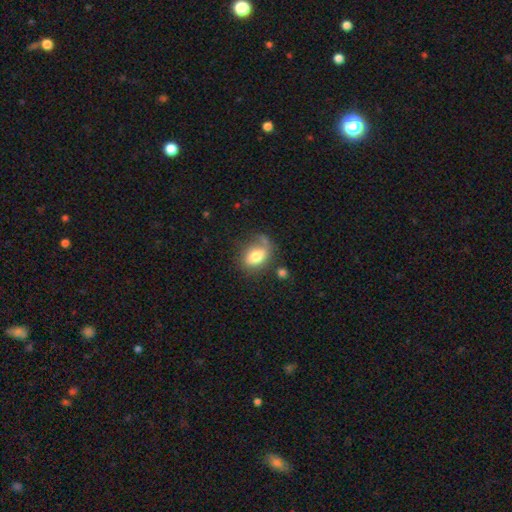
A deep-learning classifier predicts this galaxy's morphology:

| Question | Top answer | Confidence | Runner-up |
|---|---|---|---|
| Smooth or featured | smooth | 73% | featured or disk (19%) |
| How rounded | in between | 79% | round (19%) |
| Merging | none | 52% | minor disturbance (25%) |